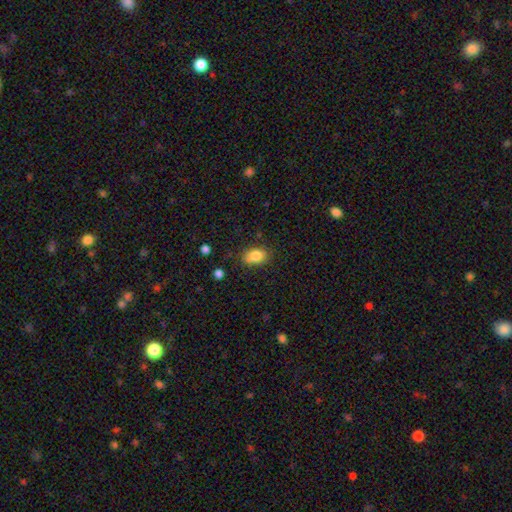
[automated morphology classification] smooth 83%, star or artifact 8%, featured or disk 8%. Down the decision tree: how rounded — in between (83%); merging — none (75%).